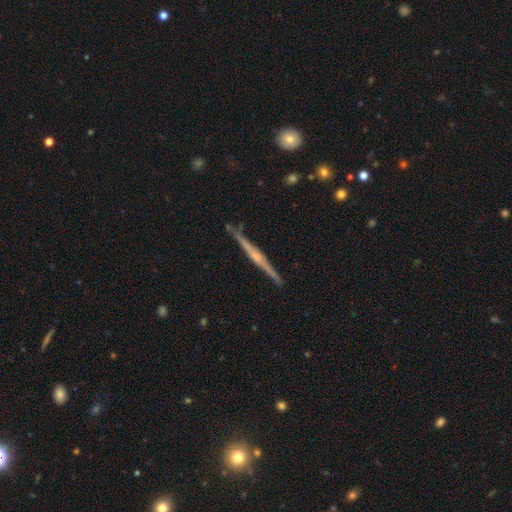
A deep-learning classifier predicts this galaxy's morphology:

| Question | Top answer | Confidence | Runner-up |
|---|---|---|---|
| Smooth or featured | featured or disk | 79% | smooth (15%) |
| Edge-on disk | yes | 98% | no (2%) |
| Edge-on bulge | rounded | 64% | none (25%) |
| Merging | none | 87% | minor disturbance (9%) |